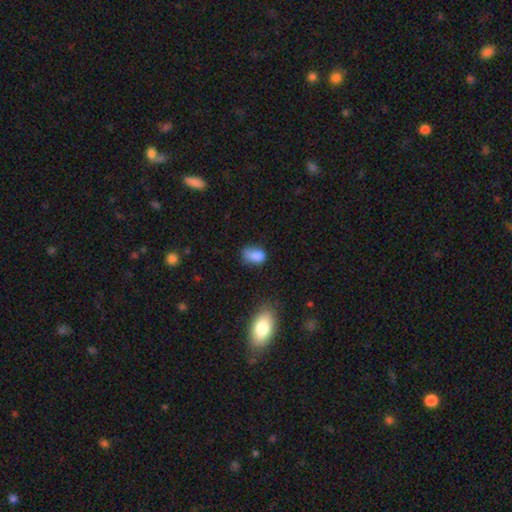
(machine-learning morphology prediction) A smooth galaxy with no disk features (79%) that is in between round and cigar-shaped (80%).

Vote fractions:
- Smooth or featured? smooth: 79% / star or artifact: 11% / featured or disk: 9%
- How rounded? in between: 80% / round: 18% / cigar-shaped: 2%
- Merging? none: 39% / minor disturbance: 36% / major disturbance: 17% / merger: 8%